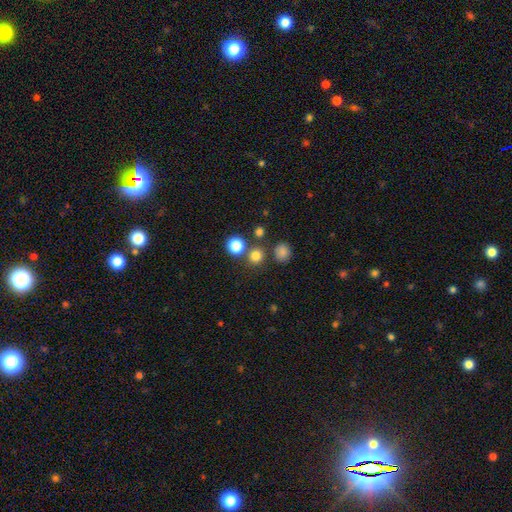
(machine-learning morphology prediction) This appears to be a smooth galaxy with no disk features (78%) that is round (89%). Merging: none (75%).